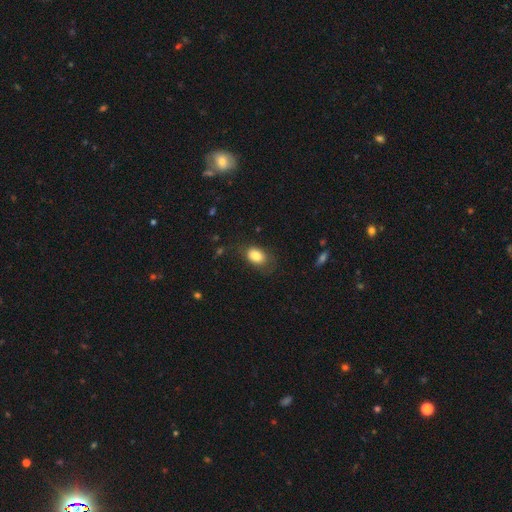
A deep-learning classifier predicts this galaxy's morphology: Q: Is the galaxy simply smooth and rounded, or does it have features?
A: smooth — 83%.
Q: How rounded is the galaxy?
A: in between — 82%.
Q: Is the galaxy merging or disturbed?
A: none — 71%.